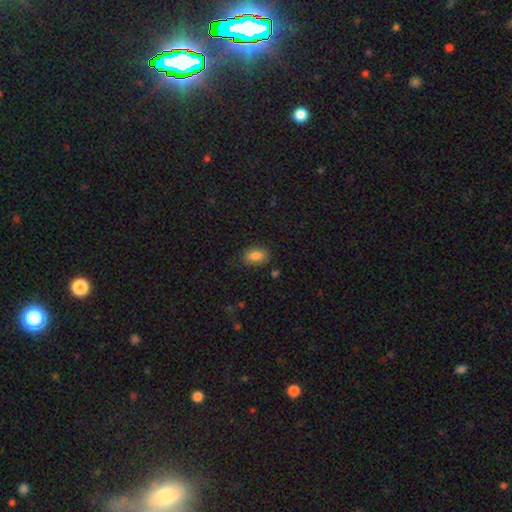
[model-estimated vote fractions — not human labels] The model was most divided on "merging": none: 79%, minor disturbance: 16%, major disturbance: 4%, merger: 2%. More confident: how rounded — in between (88%); smooth or featured — smooth (86%).